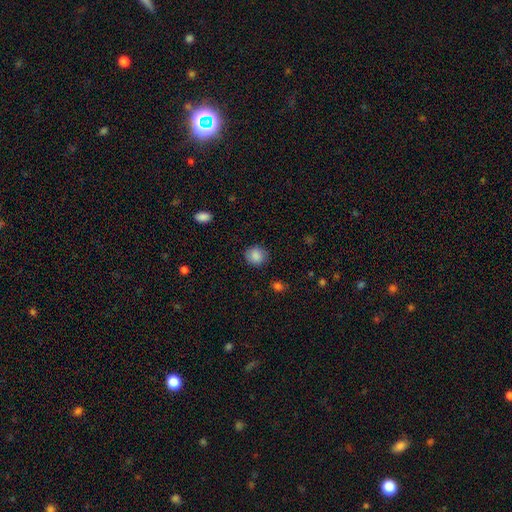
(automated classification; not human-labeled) A smooth galaxy with no disk features (87%) that is round (84%). Merging: none (86%).